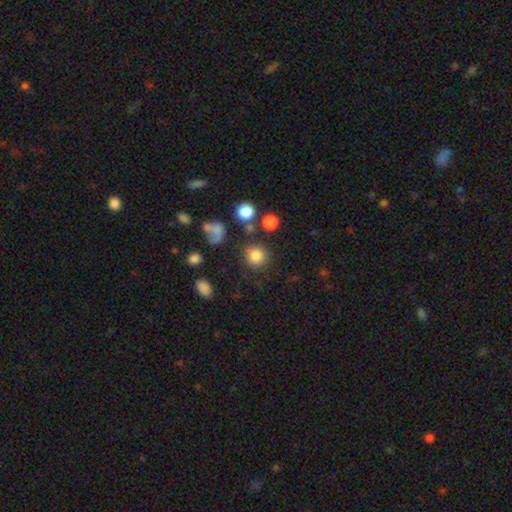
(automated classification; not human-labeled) This is clearly a smooth galaxy (81%). How rounded: clearly round (92%). Merging: likely none (79%).